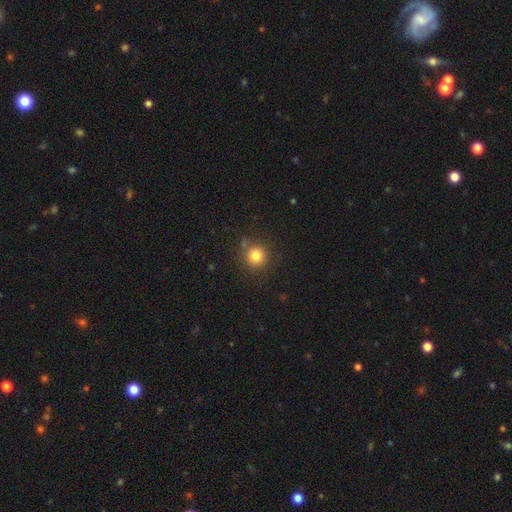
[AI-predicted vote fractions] The model was most divided on "smooth or featured": smooth: 81%, star or artifact: 13%, featured or disk: 6%. More confident: how rounded — round (93%); merging — none (81%).